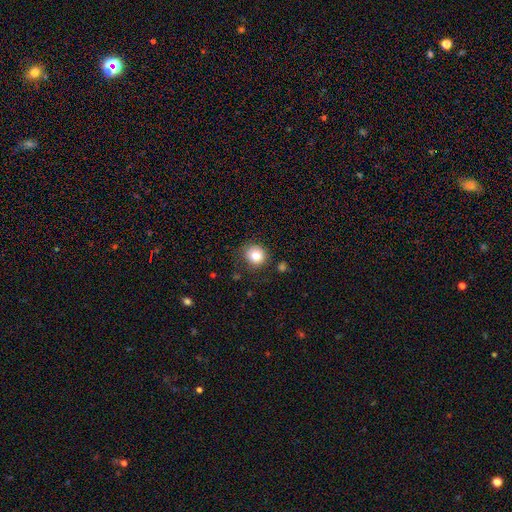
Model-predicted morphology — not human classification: Q: Smooth or featured?
A: smooth (79%); runner-up: star or artifact (11%)
Q: How rounded?
A: round (91%); runner-up: in between (8%)
Q: Merging?
A: none (82%); runner-up: minor disturbance (12%)